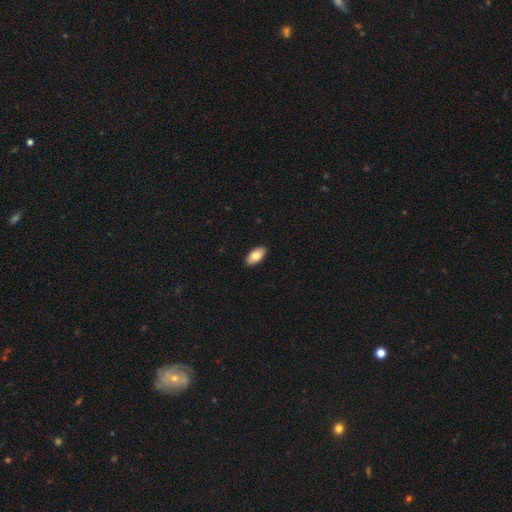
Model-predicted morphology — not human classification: Overall: smooth (81%). How rounded: in between (93%). Merging: none (91%).